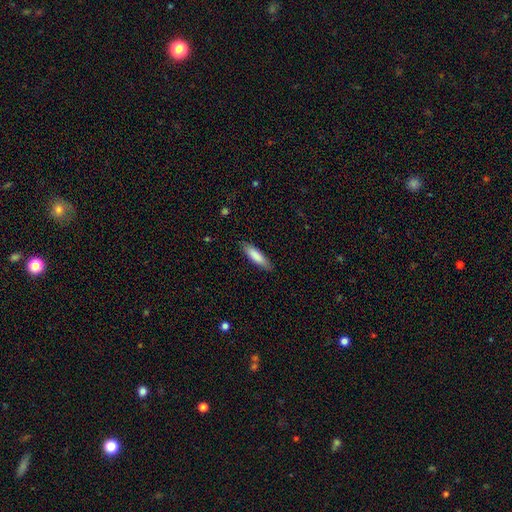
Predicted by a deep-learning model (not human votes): Smooth or featured? Predicted: smooth (p=0.83). How rounded? Predicted: cigar-shaped (p=0.64). Merging? Predicted: none (p=0.87).